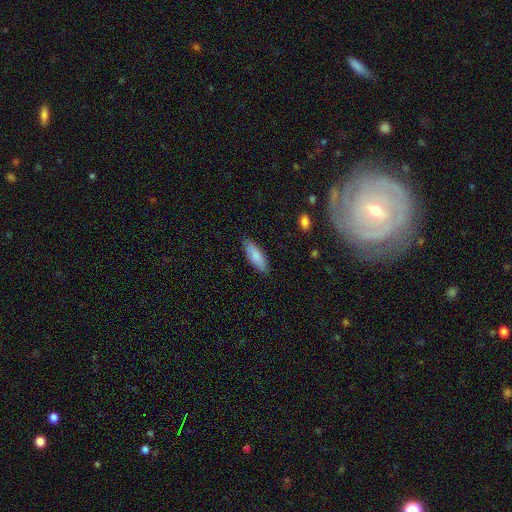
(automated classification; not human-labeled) smooth-or-featured: smooth: 83% | featured or disk: 11% | star or artifact: 6%
  how-rounded: in between: 54% | cigar-shaped: 45% | round: 2%
  merging: none: 86% | minor disturbance: 11% | major disturbance: 2% | merger: 1%